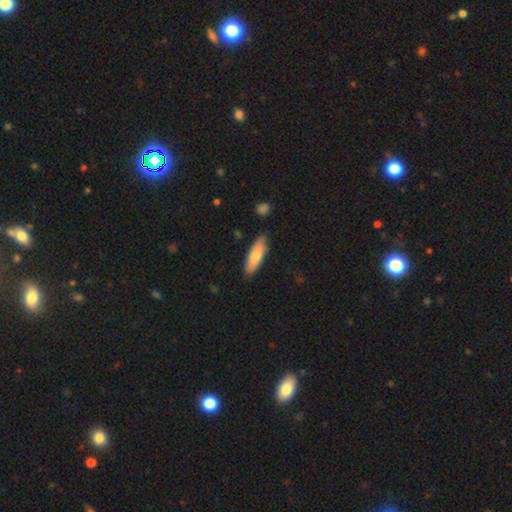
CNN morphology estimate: smooth_or_featured: smooth (p=0.76) [alt: featured or disk p=0.18]
how_rounded: in between (p=0.50) [alt: cigar-shaped p=0.48]
merging: none (p=0.83) [alt: minor disturbance p=0.13]